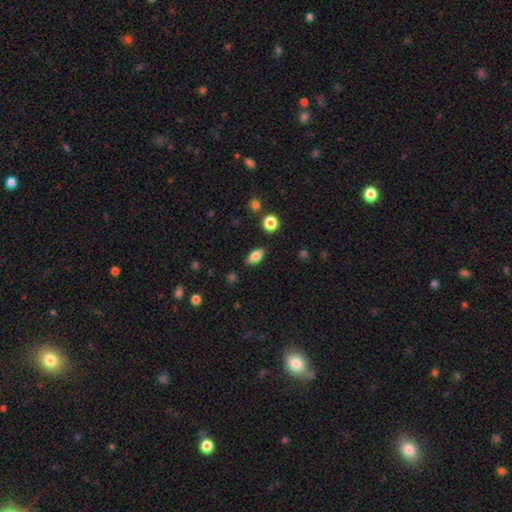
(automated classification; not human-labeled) This is clearly a smooth galaxy (81%). How rounded: clearly in between (88%). Merging: clearly none (85%).